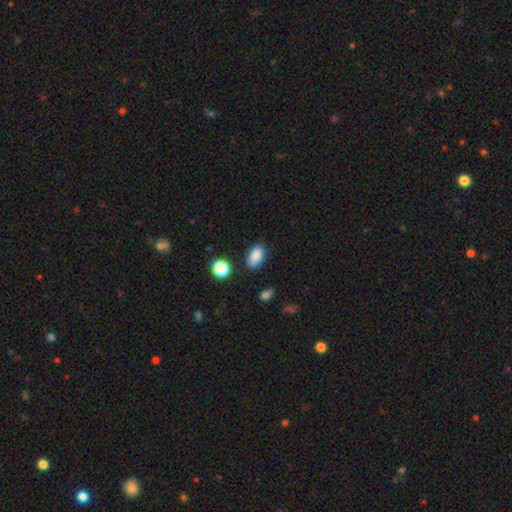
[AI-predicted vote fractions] Morphology: type=smooth (87%); roundness=in between (90%); merging=none (80%).